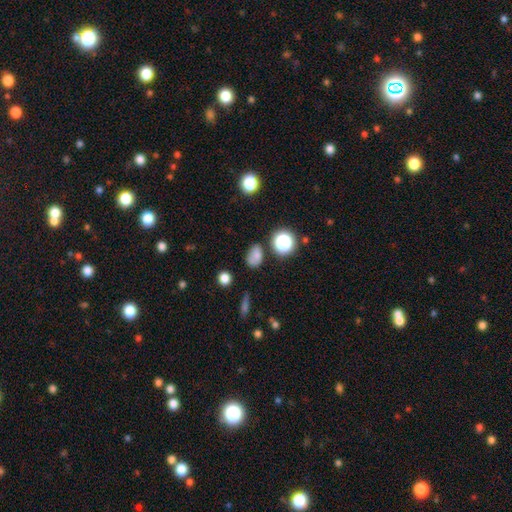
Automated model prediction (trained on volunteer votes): Smooth or featured?
  - smooth: 71% *
  - star or artifact: 18%
  - featured or disk: 11%
How rounded?
  - in between: 71% *
  - round: 27%
  - cigar-shaped: 2%
Merging?
  - none: 66% *
  - minor disturbance: 21%
  - major disturbance: 7%
  - merger: 6%